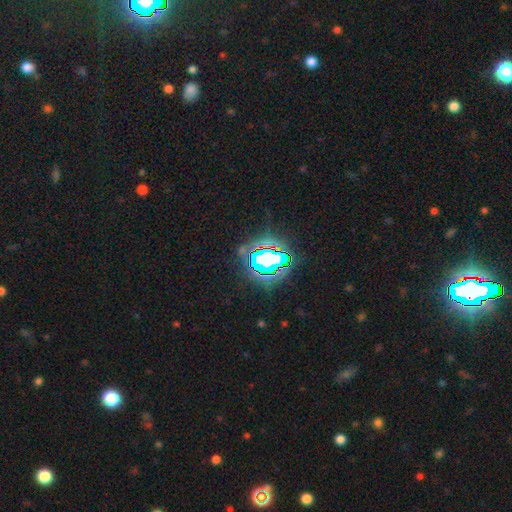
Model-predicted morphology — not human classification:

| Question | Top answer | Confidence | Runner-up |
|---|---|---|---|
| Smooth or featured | star or artifact | 83% | smooth (10%) |